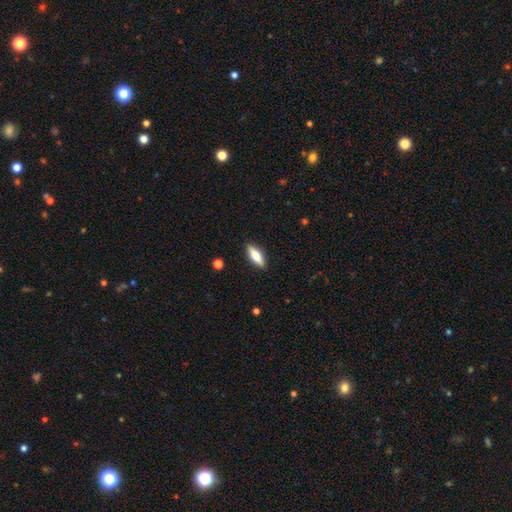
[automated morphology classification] A smooth galaxy with no disk features (59%) that is in between round and cigar-shaped (55%). Merging: none (89%).